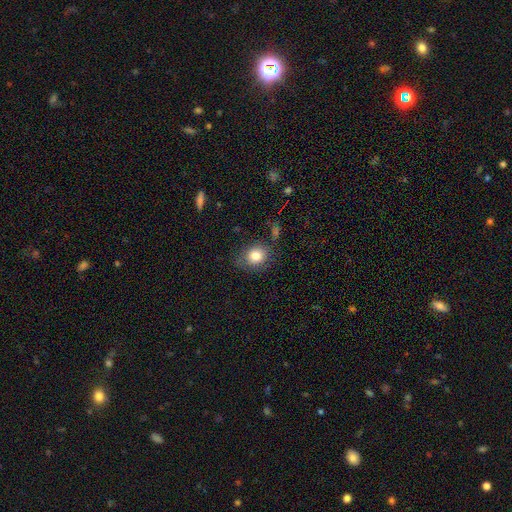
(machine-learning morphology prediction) Smooth or featured? Predicted: smooth (p=0.81). How rounded? Predicted: round (p=0.61). Merging? Predicted: none (p=0.70).